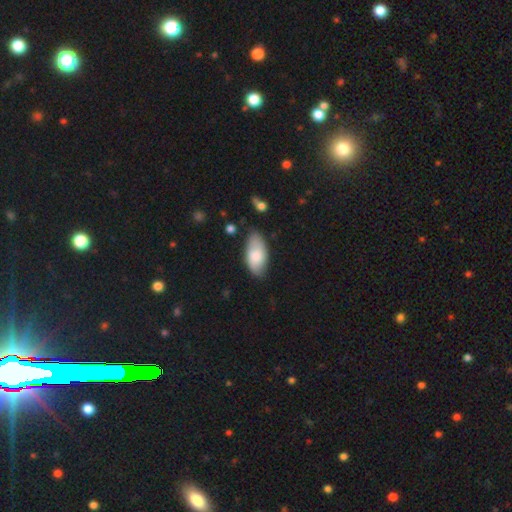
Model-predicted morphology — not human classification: Smooth or featured? smooth (79%)
How rounded? in between (92%)
Merging? none (72%)